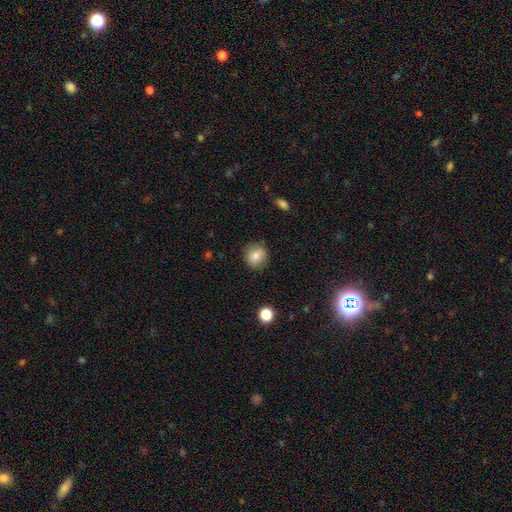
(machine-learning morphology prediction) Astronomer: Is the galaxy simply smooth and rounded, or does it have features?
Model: smooth — 79%.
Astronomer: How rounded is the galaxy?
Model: round — 84%.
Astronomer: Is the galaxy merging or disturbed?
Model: none — 83%.